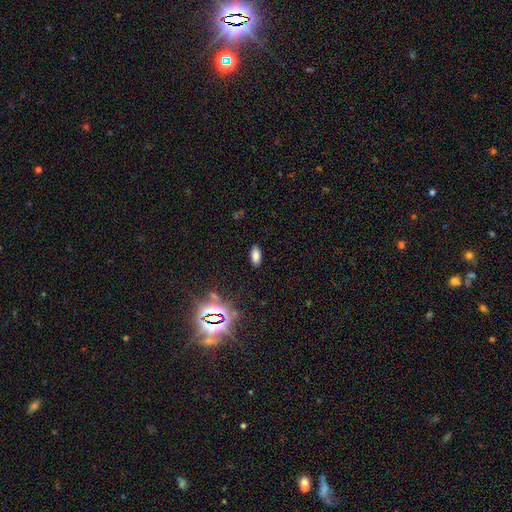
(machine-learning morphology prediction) Q: Smooth or featured?
A: smooth (78%); runner-up: star or artifact (15%)
Q: How rounded?
A: in between (87%); runner-up: cigar-shaped (10%)
Q: Merging?
A: none (88%); runner-up: minor disturbance (9%)